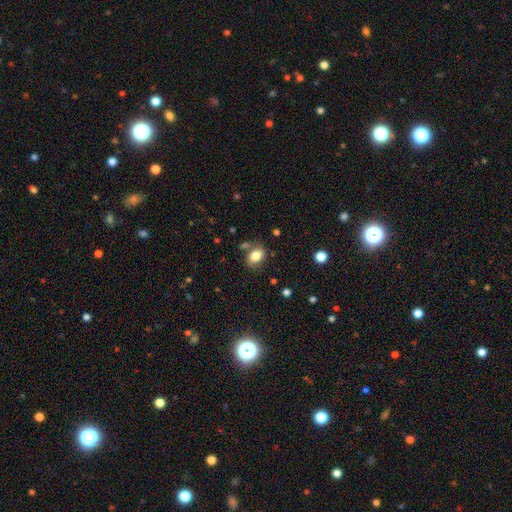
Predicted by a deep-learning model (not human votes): The model was most divided on "how rounded": in between: 68%, round: 31%, cigar-shaped: 1%. More confident: smooth or featured — smooth (80%); merging — none (68%).